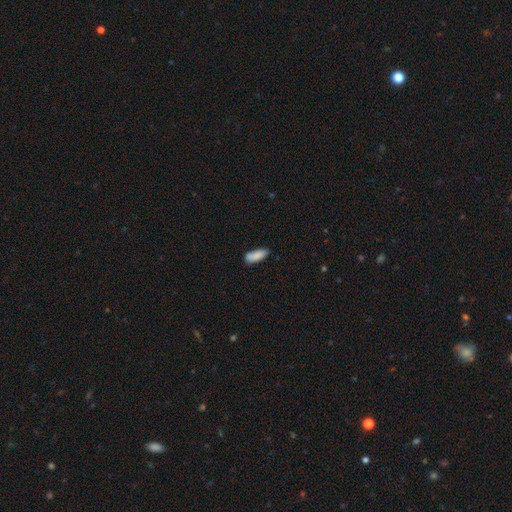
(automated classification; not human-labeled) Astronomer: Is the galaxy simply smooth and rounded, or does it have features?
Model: smooth — 87%.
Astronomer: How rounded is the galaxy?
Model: in between — 67%.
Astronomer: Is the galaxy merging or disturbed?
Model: none — 74%.